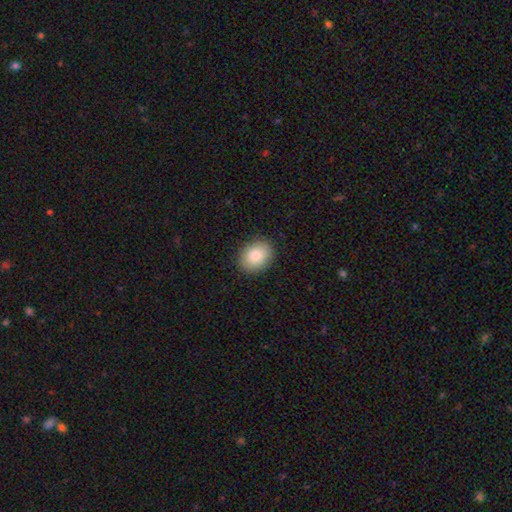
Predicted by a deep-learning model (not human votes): This is clearly a smooth galaxy (87%). How rounded: possibly in between (56%). Merging: clearly none (89%).